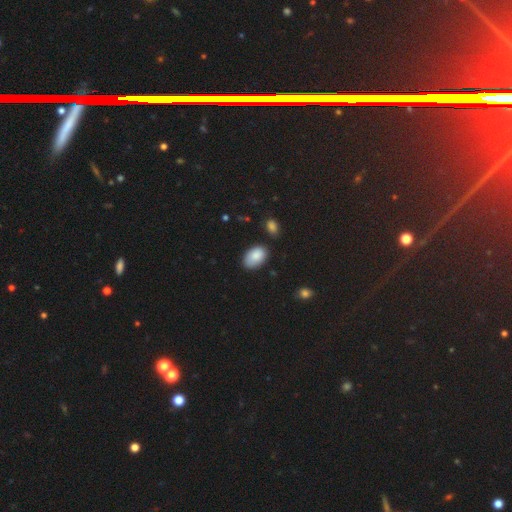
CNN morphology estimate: A smooth galaxy with no disk features (87%) that is in between round and cigar-shaped (92%). Merging: none (74%).